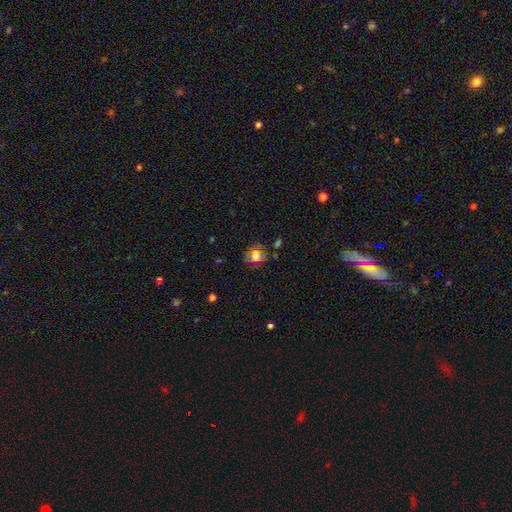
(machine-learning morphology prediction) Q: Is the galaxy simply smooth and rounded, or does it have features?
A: smooth — 62%.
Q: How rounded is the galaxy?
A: round — 69%.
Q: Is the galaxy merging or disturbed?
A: none — 68%.